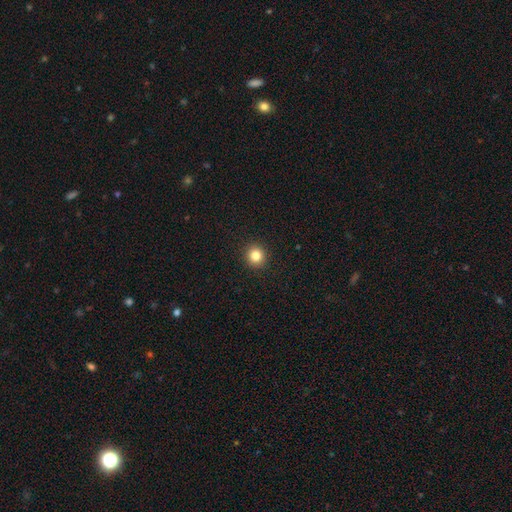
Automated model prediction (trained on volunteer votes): Overall: smooth (83%). How rounded: round (93%). Merging: none (93%).